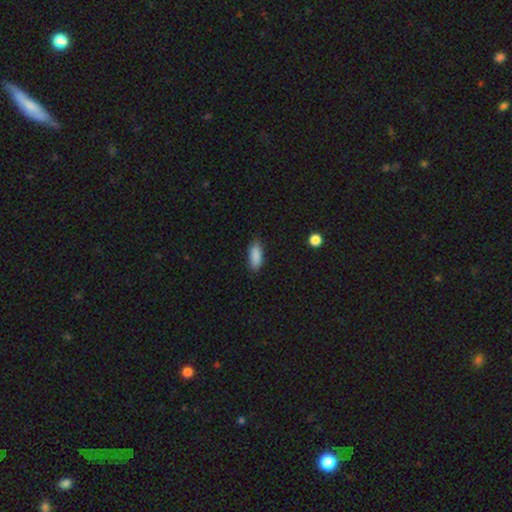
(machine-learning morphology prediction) Smooth or featured: smooth — 88% (star or artifact — 7%)
How rounded: in between — 76% (cigar-shaped — 22%)
Merging: none — 83% (minor disturbance — 13%)